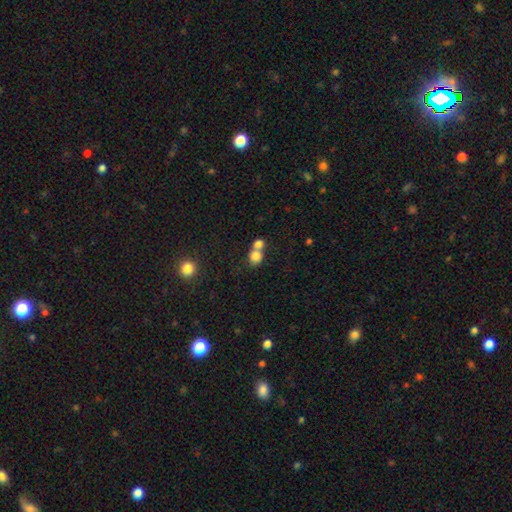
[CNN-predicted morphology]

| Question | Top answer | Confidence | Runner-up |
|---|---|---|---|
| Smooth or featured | smooth | 80% | star or artifact (10%) |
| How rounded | round | 70% | in between (29%) |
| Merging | merger | 59% | none (32%) |